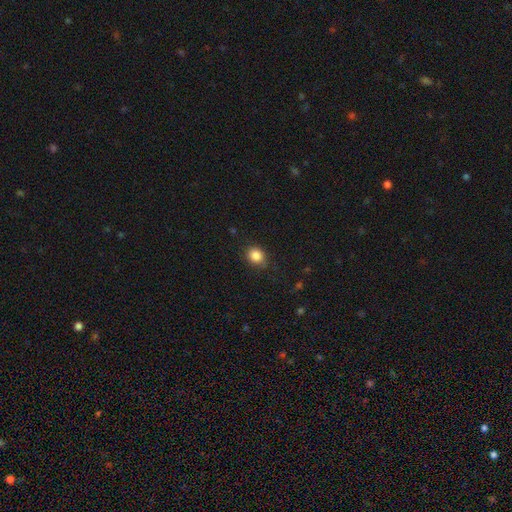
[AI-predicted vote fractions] A smooth galaxy with no disk features (86%) that is round (60%).

Vote fractions:
- Smooth or featured? smooth: 86% / star or artifact: 10% / featured or disk: 5%
- How rounded? round: 60% / in between: 39% / cigar-shaped: 1%
- Merging? none: 80% / minor disturbance: 15% / major disturbance: 3% / merger: 1%